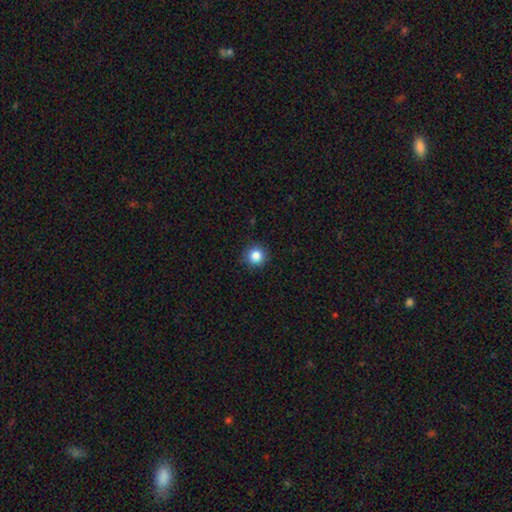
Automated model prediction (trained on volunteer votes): smooth 85%, star or artifact 11%, featured or disk 5%. Down the decision tree: how rounded — round (95%); merging — none (91%).